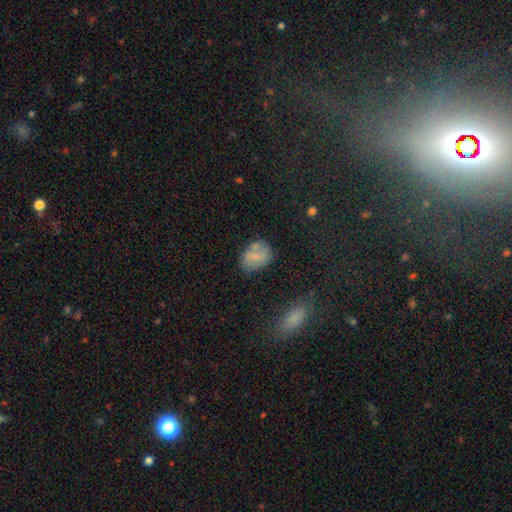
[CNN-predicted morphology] Smooth or featured? Predicted: smooth (p=0.69). How rounded? Predicted: in between (p=0.69). Merging? Predicted: none (p=0.62).